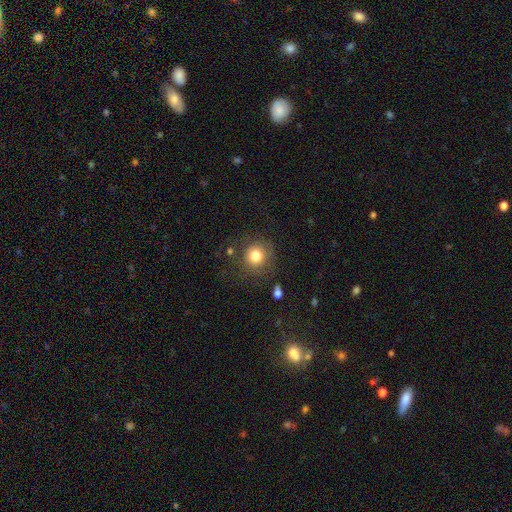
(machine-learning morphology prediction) The model was most divided on "merging": none: 77%, minor disturbance: 14%, major disturbance: 7%, merger: 3%. More confident: how rounded — round (90%); smooth or featured — smooth (81%).